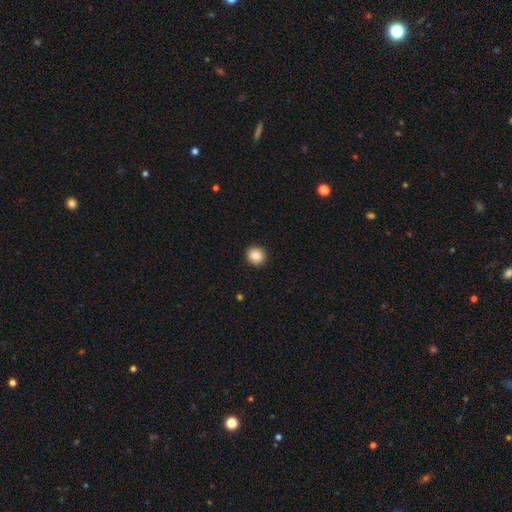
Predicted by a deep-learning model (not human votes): A smooth galaxy with no disk features (86%) that is round (88%). Merging: none (92%).